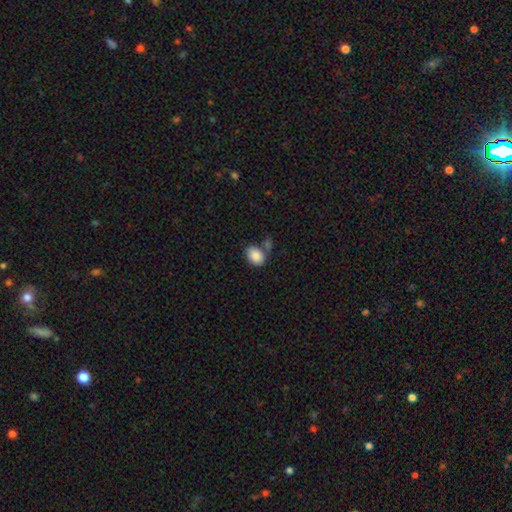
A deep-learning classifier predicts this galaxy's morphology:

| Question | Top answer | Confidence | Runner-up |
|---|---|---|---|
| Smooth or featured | smooth | 87% | star or artifact (7%) |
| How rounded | in between | 80% | round (19%) |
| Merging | none | 60% | merger (20%) |